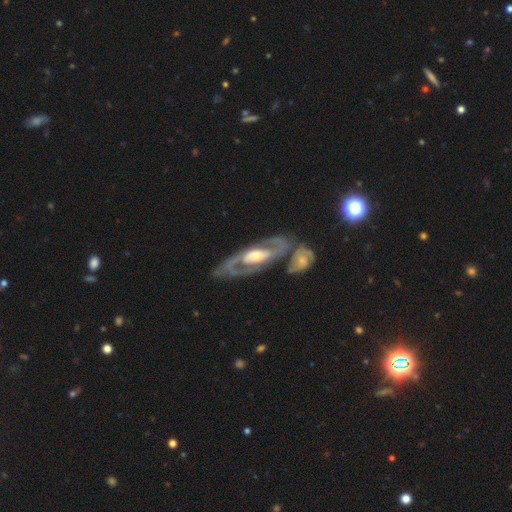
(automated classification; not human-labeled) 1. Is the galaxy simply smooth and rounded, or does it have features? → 86% featured or disk, 9% smooth, 4% star or artifact.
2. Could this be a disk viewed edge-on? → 90% no, 10% yes.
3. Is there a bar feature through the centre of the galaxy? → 38% no, 32% weak, 30% strong.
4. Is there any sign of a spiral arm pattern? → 85% yes, 15% no.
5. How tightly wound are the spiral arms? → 45% medium, 40% tight, 15% loose.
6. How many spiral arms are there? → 83% 2, 9% can't tell, 4% 1, 2% 3, 1% 4, 1% more than 4.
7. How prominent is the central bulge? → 62% moderate, 21% small, 14% large, 2% none, 2% dominant.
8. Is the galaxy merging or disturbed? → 64% none, 14% minor disturbance, 14% merger, 8% major disturbance.